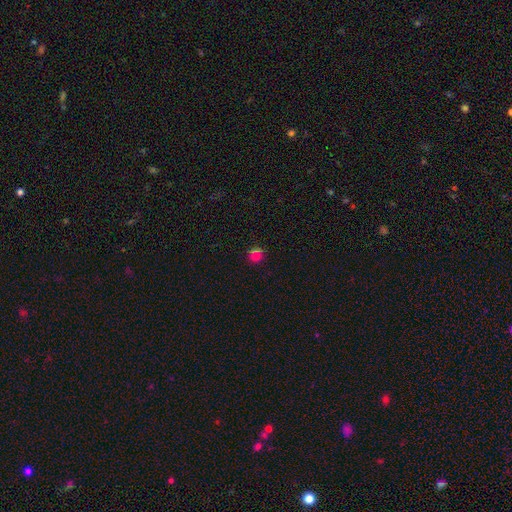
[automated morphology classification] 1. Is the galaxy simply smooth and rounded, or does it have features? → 63% smooth, 28% star or artifact, 10% featured or disk.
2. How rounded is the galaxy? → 90% round, 9% in between, 1% cigar-shaped.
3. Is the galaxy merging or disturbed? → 76% none, 11% minor disturbance, 9% merger, 4% major disturbance.